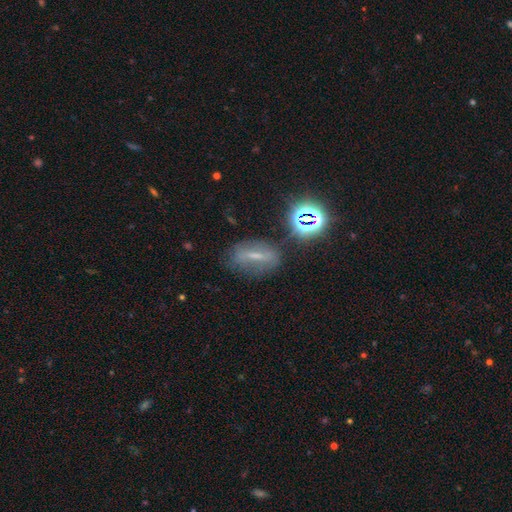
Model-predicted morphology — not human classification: smooth-or-featured: featured or disk: 39% | smooth: 31% | star or artifact: 29%
  merging: none: 67% | minor disturbance: 19% | major disturbance: 10% | merger: 5%